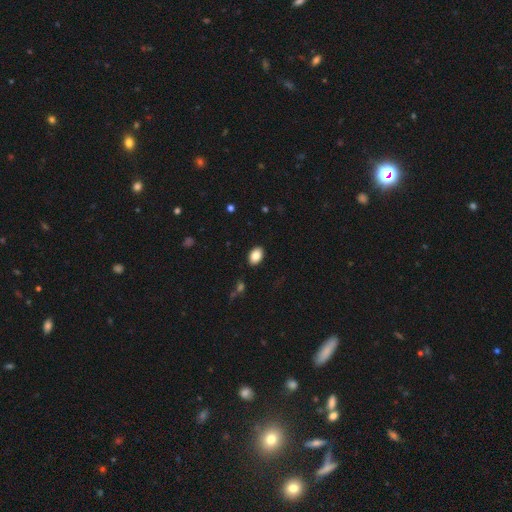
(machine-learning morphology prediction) A smooth galaxy with no disk features (87%) that is in between round and cigar-shaped (86%). Merging: none (88%).